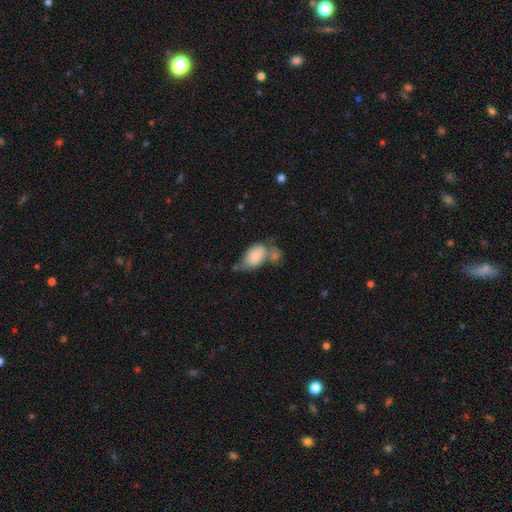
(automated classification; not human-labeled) This appears to be a smooth galaxy with no disk features (79%) that is in between round and cigar-shaped (91%). Merging: merger (45%).